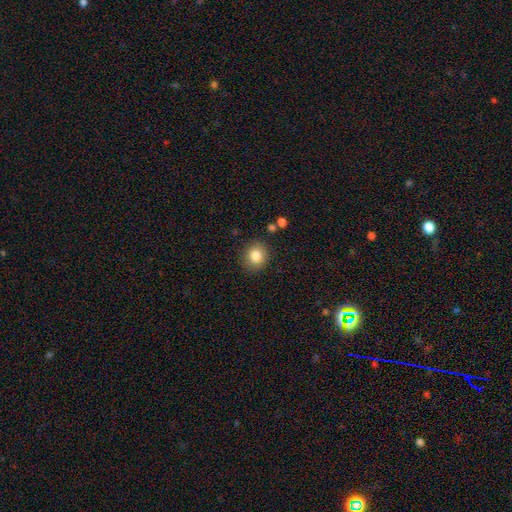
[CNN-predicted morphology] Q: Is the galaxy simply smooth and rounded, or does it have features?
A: smooth — 83%.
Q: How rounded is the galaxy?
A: round — 83%.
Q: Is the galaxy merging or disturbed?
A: none — 87%.